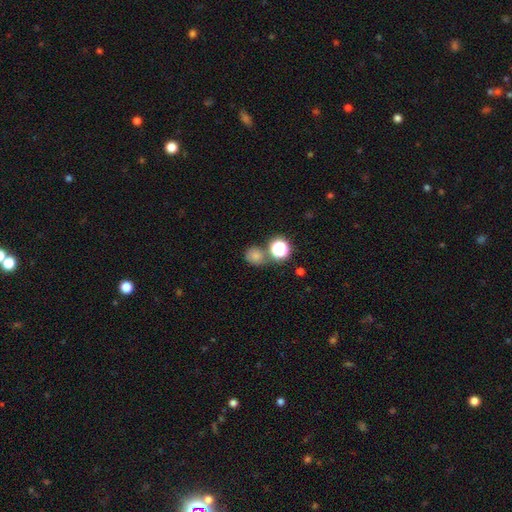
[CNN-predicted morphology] Q: Smooth or featured?
A: smooth (73%); runner-up: star or artifact (19%)
Q: How rounded?
A: round (82%); runner-up: in between (17%)
Q: Merging?
A: none (66%); runner-up: merger (18%)